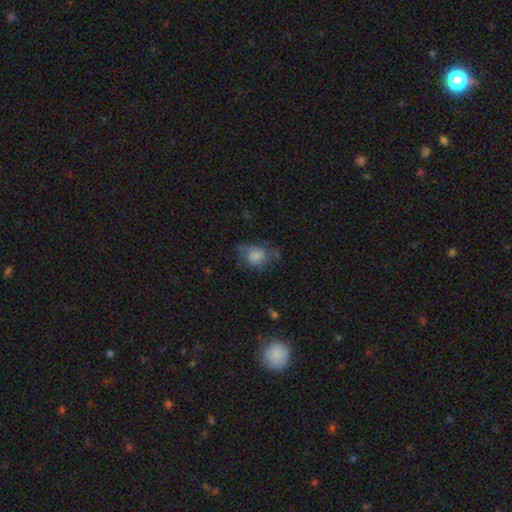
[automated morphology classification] This appears to be a smooth galaxy with no disk features (64%) that is in between round and cigar-shaped (74%). Merging: none (43%).